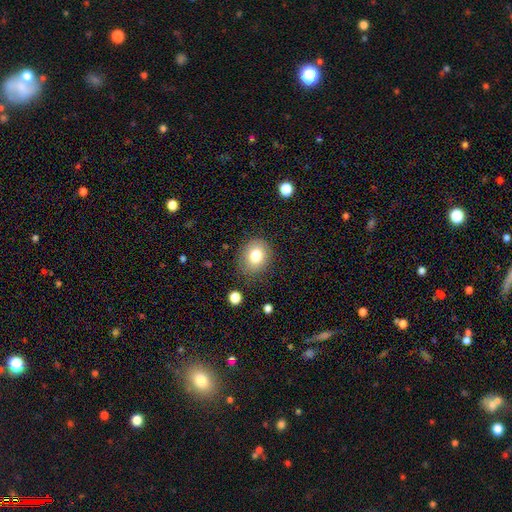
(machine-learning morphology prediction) type=smooth (79%); roundness=round (61%); merging=none (82%).